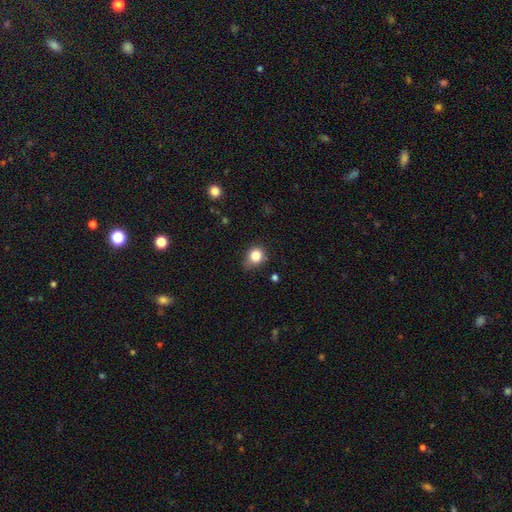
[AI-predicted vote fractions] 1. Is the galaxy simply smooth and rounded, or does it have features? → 83% smooth, 11% star or artifact, 6% featured or disk.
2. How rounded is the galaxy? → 68% round, 31% in between, 1% cigar-shaped.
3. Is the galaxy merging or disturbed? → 60% none, 31% minor disturbance, 7% major disturbance, 2% merger.